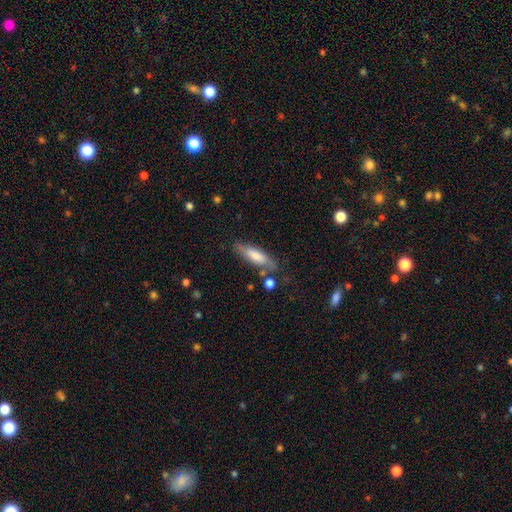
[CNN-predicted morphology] This appears to be a smooth galaxy with no disk features (61%) that is cigar-shaped (67%). Merging: none (73%).